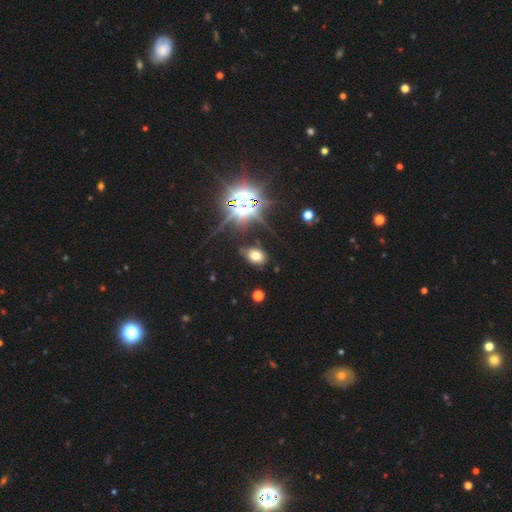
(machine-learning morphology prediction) A smooth galaxy with no disk features (65%) that is in between round and cigar-shaped (81%).

Vote fractions:
- Smooth or featured? smooth: 65% / star or artifact: 24% / featured or disk: 11%
- How rounded? in between: 81% / round: 17% / cigar-shaped: 1%
- Merging? none: 78% / minor disturbance: 14% / major disturbance: 5% / merger: 3%